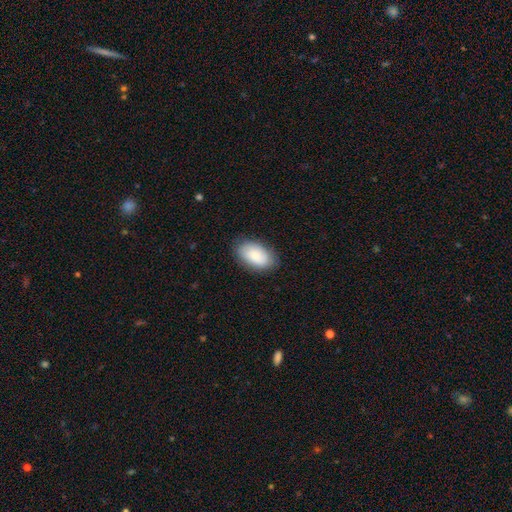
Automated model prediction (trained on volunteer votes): This is clearly a smooth galaxy (87%). How rounded: clearly in between (94%). Merging: clearly none (83%).